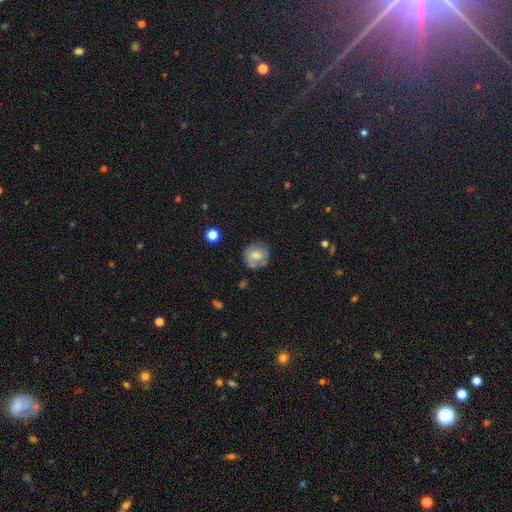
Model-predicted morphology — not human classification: Q: Smooth or featured?
A: smooth (52%); runner-up: featured or disk (40%)
Q: How rounded?
A: round (83%); runner-up: in between (16%)
Q: Merging?
A: none (67%); runner-up: minor disturbance (21%)